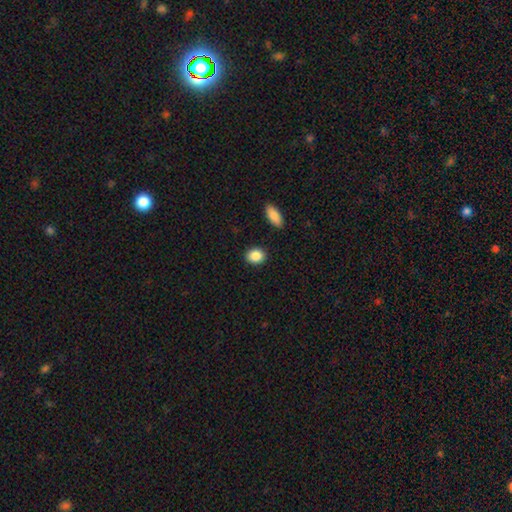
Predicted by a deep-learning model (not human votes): A smooth galaxy with no disk features (89%) that is in between round and cigar-shaped (52%).

Vote fractions:
- Smooth or featured? smooth: 89% / star or artifact: 7% / featured or disk: 4%
- How rounded? in between: 52% / round: 47% / cigar-shaped: 1%
- Merging? none: 89% / minor disturbance: 7% / merger: 2% / major disturbance: 2%